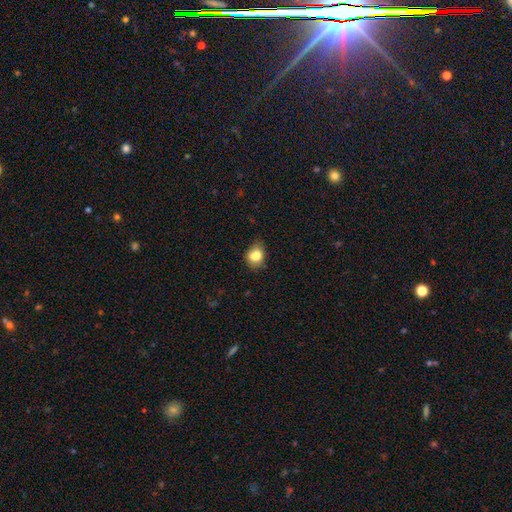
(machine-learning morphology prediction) Smooth or featured: smooth — 79% (star or artifact — 11%)
How rounded: in between — 50% (round — 49%)
Merging: none — 53% (minor disturbance — 28%)